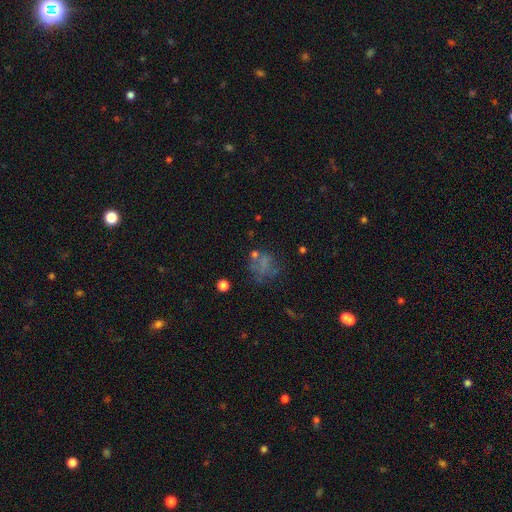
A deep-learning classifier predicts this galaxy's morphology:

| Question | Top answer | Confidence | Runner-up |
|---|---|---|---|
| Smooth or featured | smooth | 43% | featured or disk (32%) |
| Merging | none | 45% | major disturbance (26%) |